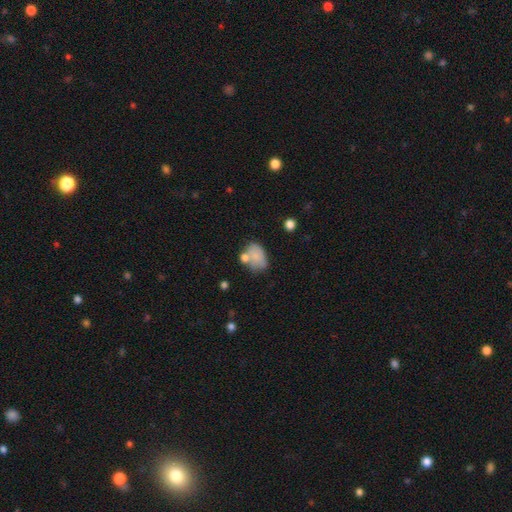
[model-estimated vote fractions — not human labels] Q: Smooth or featured?
A: smooth (74%); runner-up: featured or disk (17%)
Q: How rounded?
A: in between (78%); runner-up: round (21%)
Q: Merging?
A: none (41%); runner-up: minor disturbance (25%)